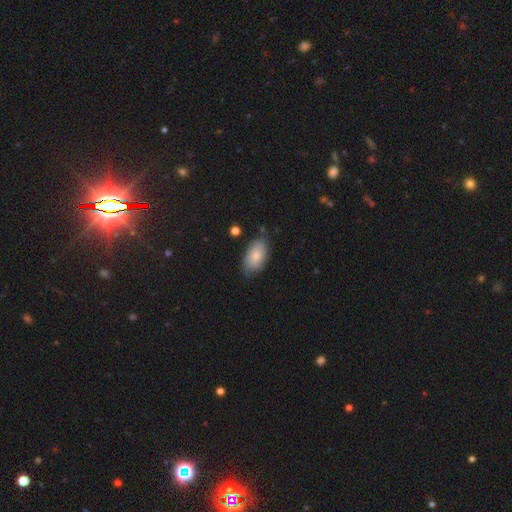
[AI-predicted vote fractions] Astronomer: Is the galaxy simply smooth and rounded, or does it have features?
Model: smooth — 78%.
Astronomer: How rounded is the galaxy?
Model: in between — 93%.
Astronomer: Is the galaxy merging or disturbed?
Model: none — 69%.